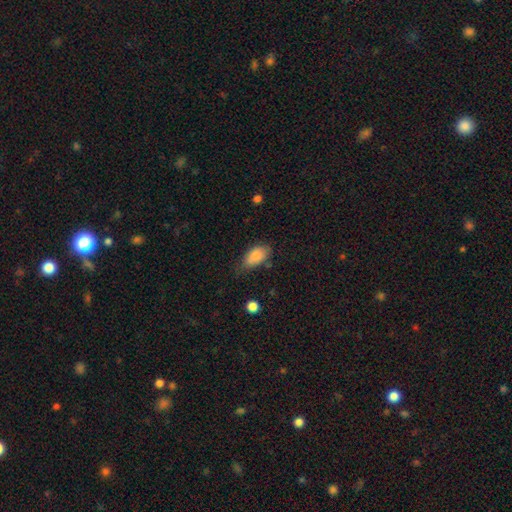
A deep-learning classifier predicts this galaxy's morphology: type=smooth (84%); roundness=in between (91%); merging=none (58%).